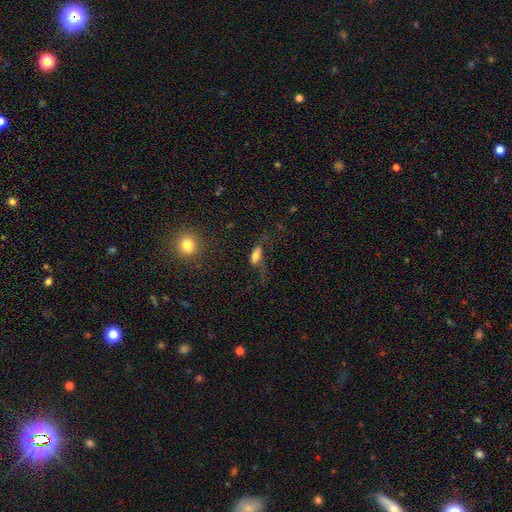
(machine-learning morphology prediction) Smooth or featured: smooth — 68% (featured or disk — 20%)
How rounded: in between — 81% (cigar-shaped — 14%)
Merging: major disturbance — 37% (tied with none — 37%)